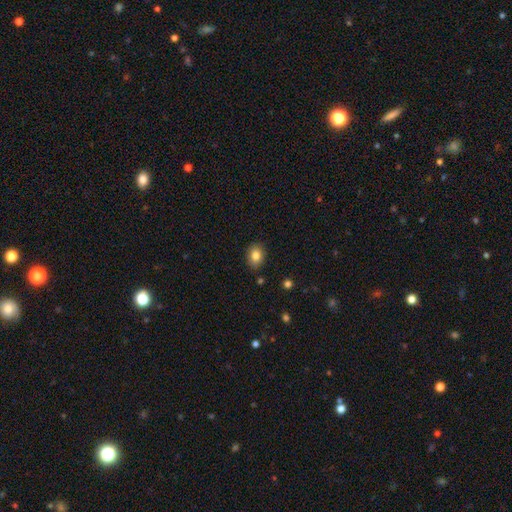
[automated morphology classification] smooth-or-featured: smooth: 83% | star or artifact: 9% | featured or disk: 8%
  how-rounded: in between: 62% | round: 37% | cigar-shaped: 1%
  merging: none: 87% | minor disturbance: 10% | major disturbance: 2% | merger: 2%